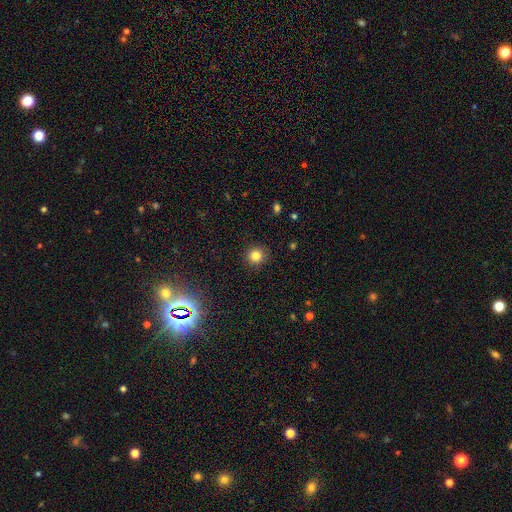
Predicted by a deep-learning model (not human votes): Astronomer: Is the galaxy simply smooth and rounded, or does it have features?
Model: smooth — 82%.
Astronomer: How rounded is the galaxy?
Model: round — 93%.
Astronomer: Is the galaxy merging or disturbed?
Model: none — 90%.